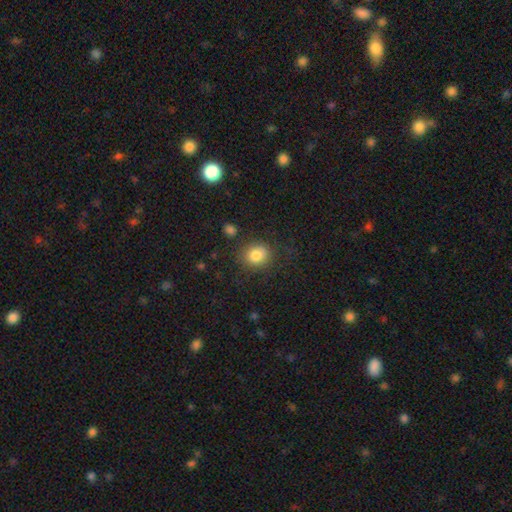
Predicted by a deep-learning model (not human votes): Smooth or featured? Predicted: smooth (p=0.83). How rounded? Predicted: round (p=0.68). Merging? Predicted: none (p=0.77).